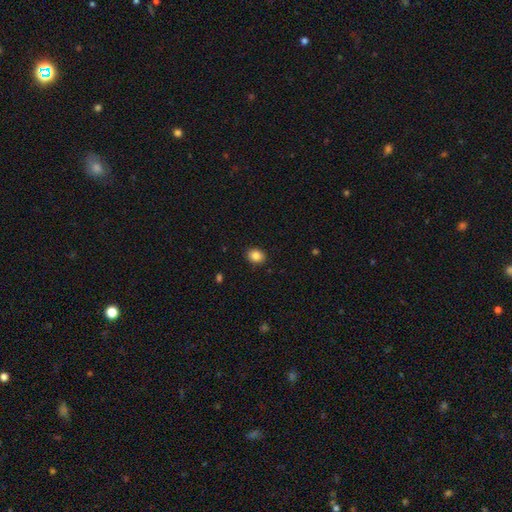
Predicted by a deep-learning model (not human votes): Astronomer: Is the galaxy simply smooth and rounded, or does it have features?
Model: smooth — 85%.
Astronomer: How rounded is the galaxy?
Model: round — 54% (runner-up: in between, 46%).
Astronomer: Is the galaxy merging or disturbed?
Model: none — 89%.